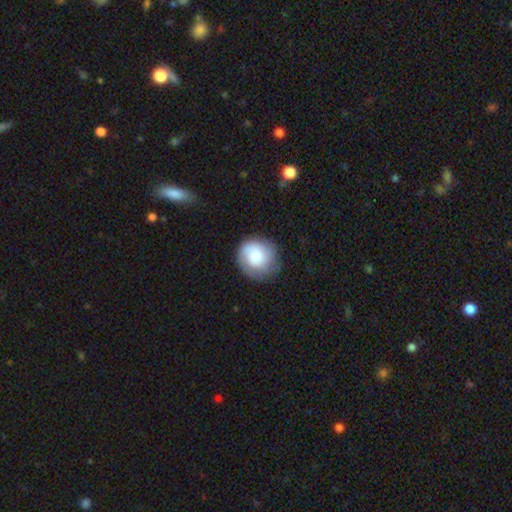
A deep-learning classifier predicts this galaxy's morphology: A smooth galaxy with no disk features (67%) that is round (85%).

Vote fractions:
- Smooth or featured? smooth: 67% / featured or disk: 26% / star or artifact: 7%
- How rounded? round: 85% / in between: 14% / cigar-shaped: 1%
- Merging? none: 73% / minor disturbance: 18% / major disturbance: 8% / merger: 2%